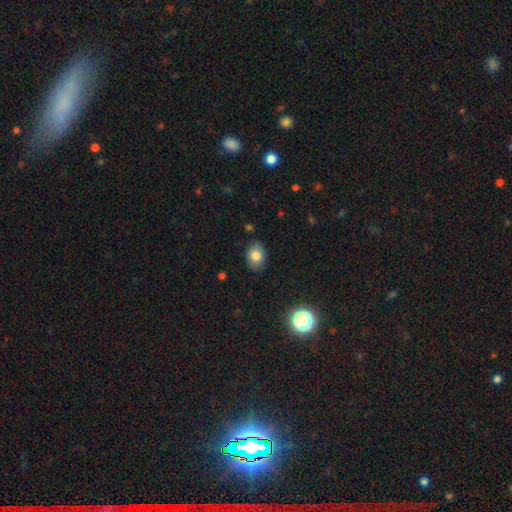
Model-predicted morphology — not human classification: Smooth or featured: smooth — 80% (featured or disk — 10%)
How rounded: in between — 73% (round — 26%)
Merging: none — 85% (minor disturbance — 11%)